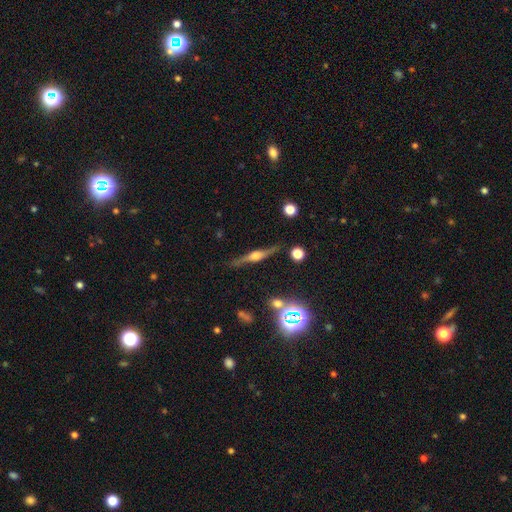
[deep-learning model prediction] Smooth or featured? Predicted: featured or disk (p=0.75). Edge-on disk? Predicted: yes (p=0.95). Edge-on bulge? Predicted: rounded (p=0.85). Merging? Predicted: none (p=0.80).